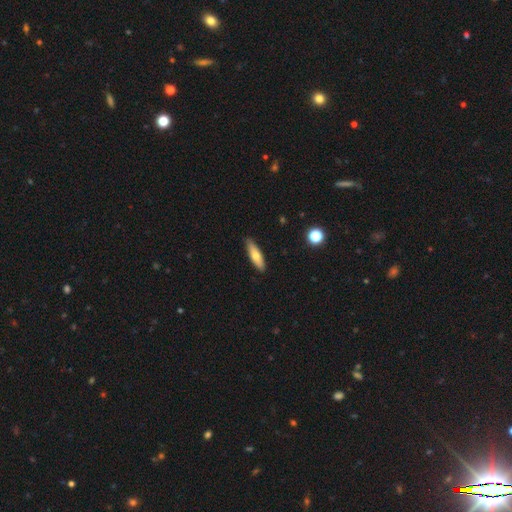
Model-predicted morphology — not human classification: Q: Smooth or featured?
A: smooth (65%); runner-up: featured or disk (29%)
Q: How rounded?
A: cigar-shaped (65%); runner-up: in between (33%)
Q: Merging?
A: none (85%); runner-up: minor disturbance (12%)